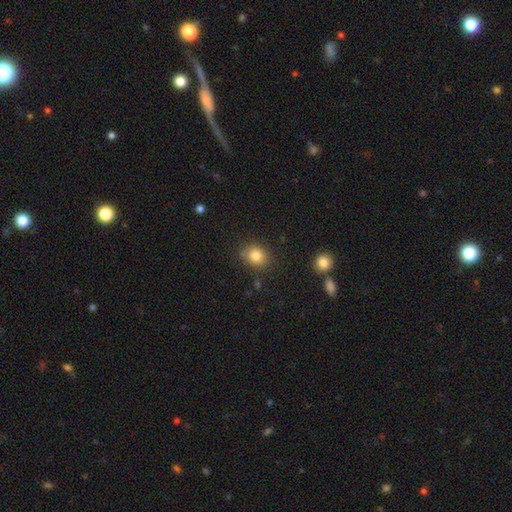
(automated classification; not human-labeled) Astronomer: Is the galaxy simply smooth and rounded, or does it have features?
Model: smooth — 83%.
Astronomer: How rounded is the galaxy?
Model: round — 66%.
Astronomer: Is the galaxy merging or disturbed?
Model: none — 80%.